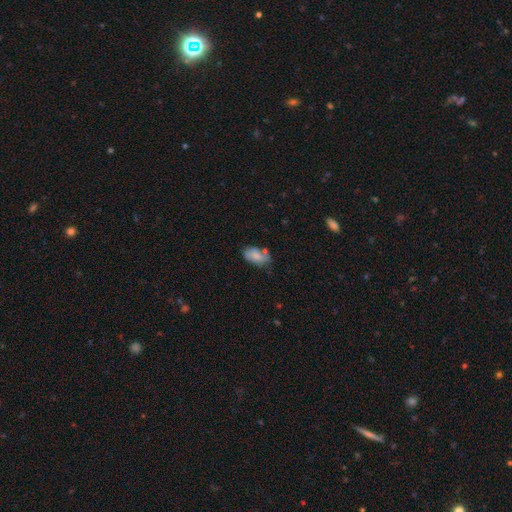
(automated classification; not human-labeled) Morphology: type=smooth (69%); roundness=in between (92%); merging=none (56%).